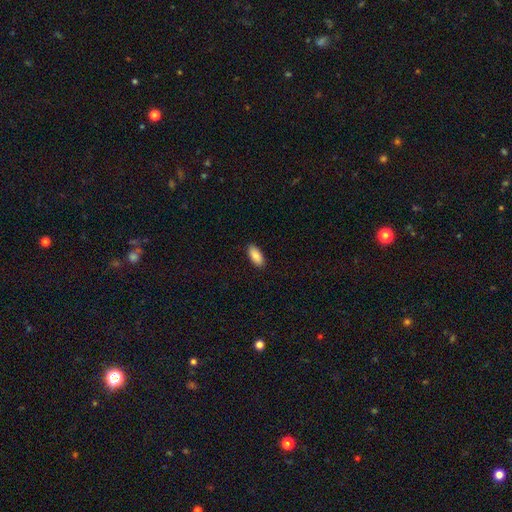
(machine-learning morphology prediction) type=smooth (88%); roundness=in between (87%); merging=none (90%).